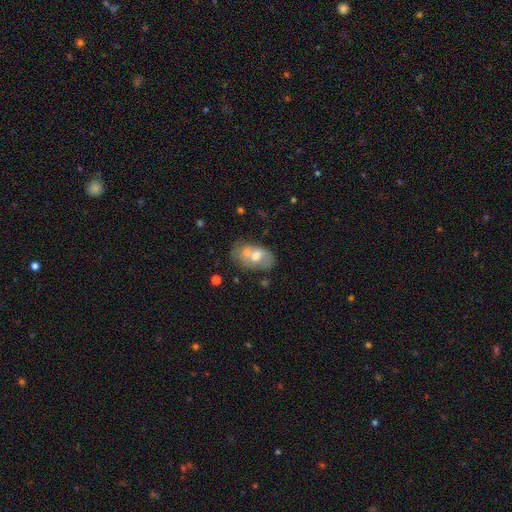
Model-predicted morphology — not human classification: Overall: smooth (58%; featured or disk 34%). How rounded: in between (84%). Merging: merger (45%; none 29%).